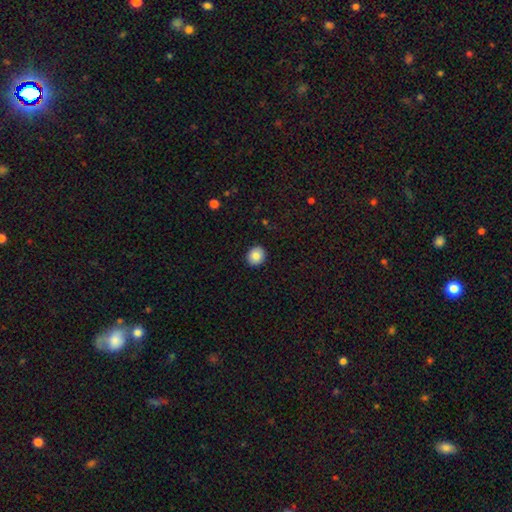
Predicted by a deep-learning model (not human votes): This is clearly a smooth galaxy (84%). How rounded: likely round (79%). Merging: clearly none (91%).